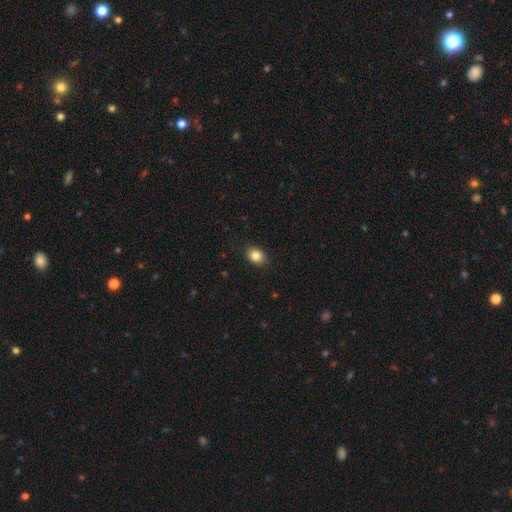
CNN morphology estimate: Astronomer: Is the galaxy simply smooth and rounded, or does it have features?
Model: smooth — 84%.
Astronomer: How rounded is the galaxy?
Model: in between — 58% (runner-up: round, 41%).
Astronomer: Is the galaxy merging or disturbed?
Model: none — 87%.